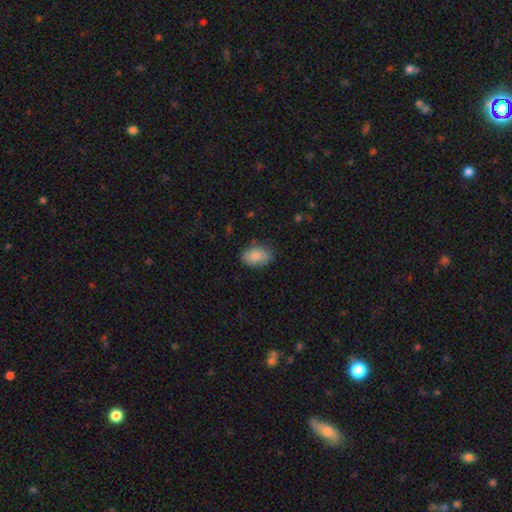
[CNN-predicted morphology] Smooth or featured: smooth — 85% (featured or disk — 8%)
How rounded: in between — 88% (round — 11%)
Merging: none — 76% (minor disturbance — 19%)